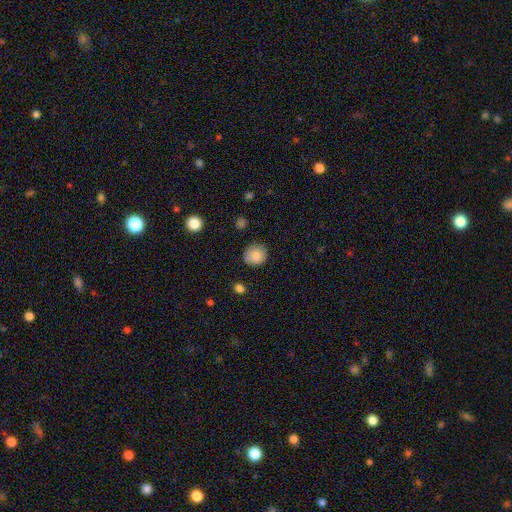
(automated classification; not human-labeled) Smooth or featured? Predicted: smooth (p=0.86). How rounded? Predicted: round (p=0.86). Merging? Predicted: none (p=0.80).